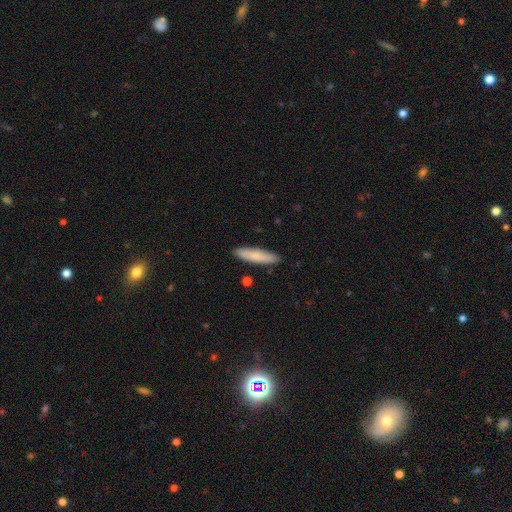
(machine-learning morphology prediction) smooth 82%, featured or disk 12%, star or artifact 6%. Down the decision tree: how rounded — cigar-shaped (82%); merging — none (90%).